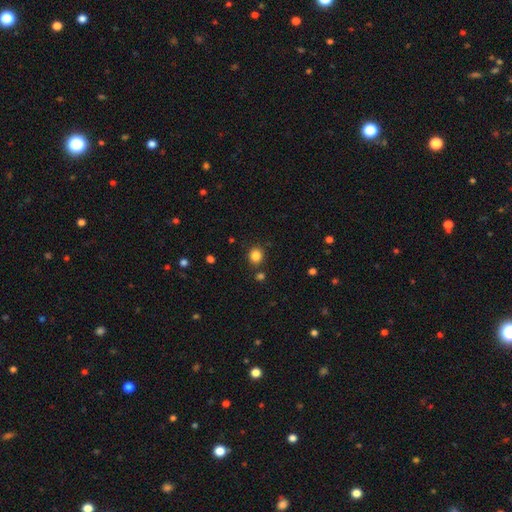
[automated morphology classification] Smooth or featured? Predicted: smooth (p=0.84). How rounded? Predicted: round (p=0.79). Merging? Predicted: none (p=0.84).